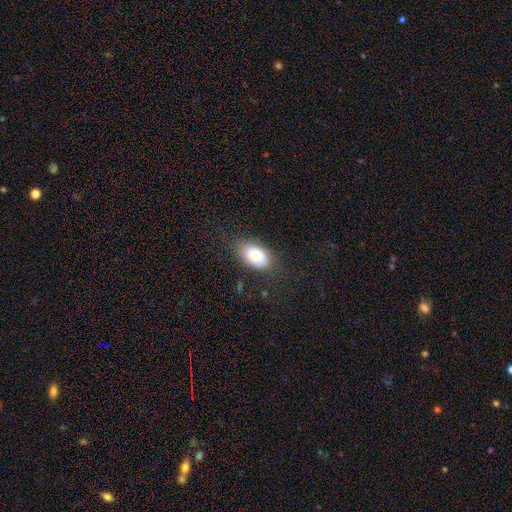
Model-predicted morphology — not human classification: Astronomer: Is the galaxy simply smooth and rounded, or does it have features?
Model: smooth — 76%.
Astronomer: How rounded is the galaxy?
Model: in between — 90%.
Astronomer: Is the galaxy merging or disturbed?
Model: none — 75%.